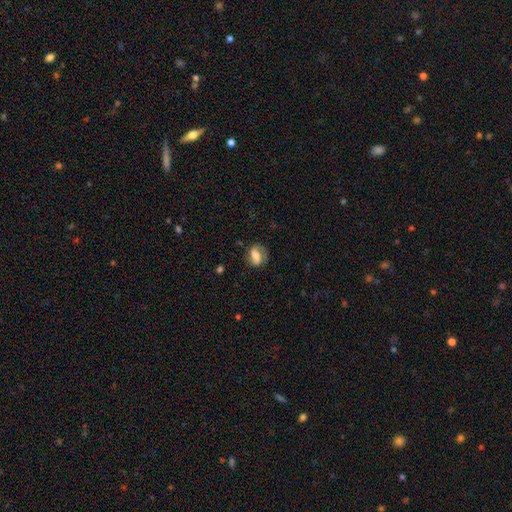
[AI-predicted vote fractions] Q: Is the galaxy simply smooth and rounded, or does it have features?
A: smooth — 47%.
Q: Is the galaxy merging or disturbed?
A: none — 70%.